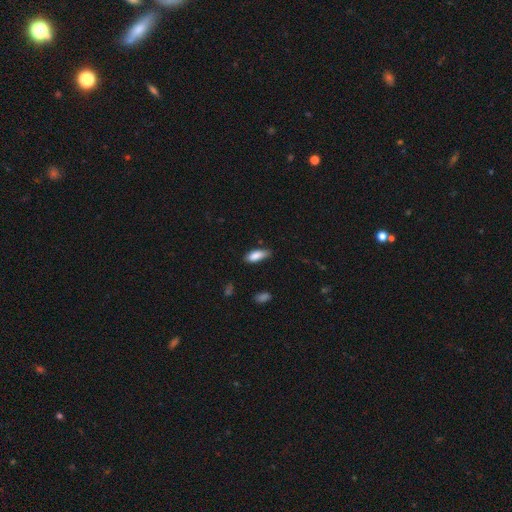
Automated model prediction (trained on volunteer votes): A smooth galaxy with no disk features (86%) that is in between round and cigar-shaped (79%). Merging: none (68%).